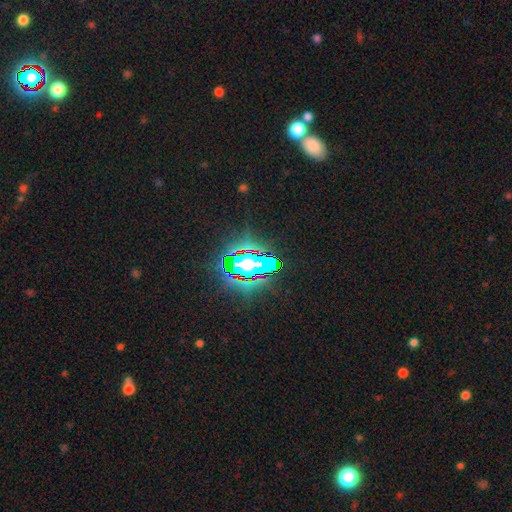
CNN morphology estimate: star or artifact 82%, smooth 10%, featured or disk 8%.